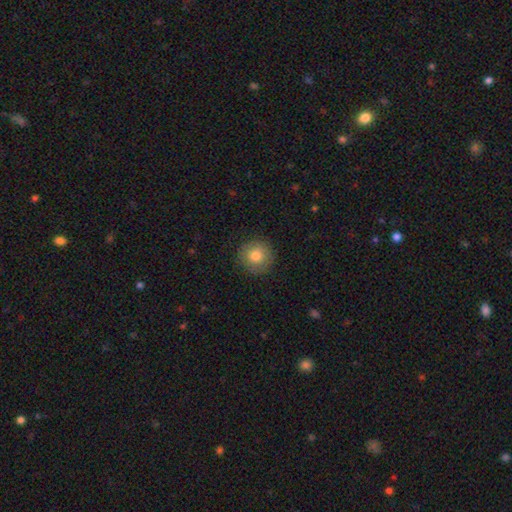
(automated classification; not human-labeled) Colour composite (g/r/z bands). It shows a smooth galaxy with no disk features (79%) that is round (94%). Merging: none (89%).